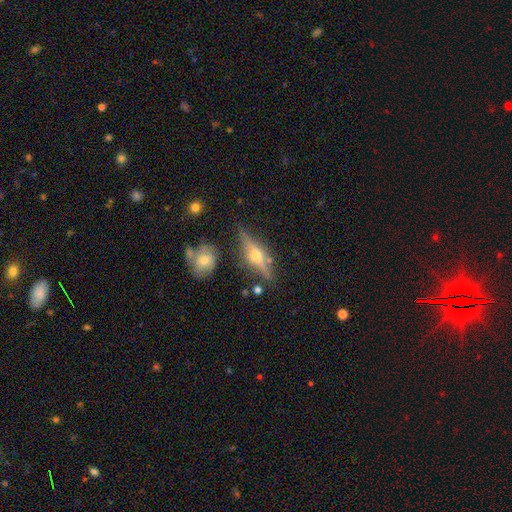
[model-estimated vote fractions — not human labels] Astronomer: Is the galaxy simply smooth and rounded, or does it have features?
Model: featured or disk — 69%.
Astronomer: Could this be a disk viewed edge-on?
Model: yes — 92%.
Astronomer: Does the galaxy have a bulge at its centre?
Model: rounded — 95%.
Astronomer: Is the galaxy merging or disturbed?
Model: none — 79%.